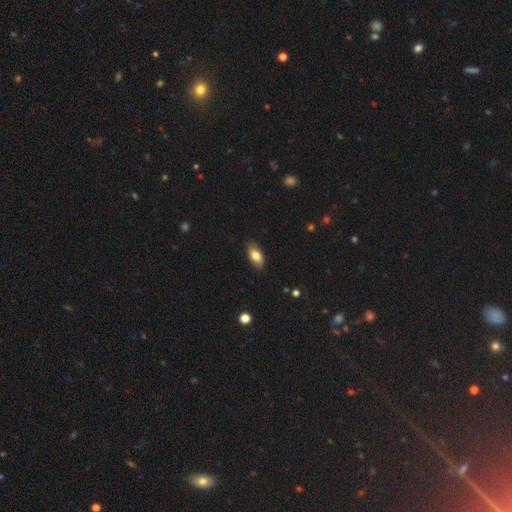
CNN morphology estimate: Smooth or featured? smooth (79%)
How rounded? in between (91%)
Merging? none (86%)